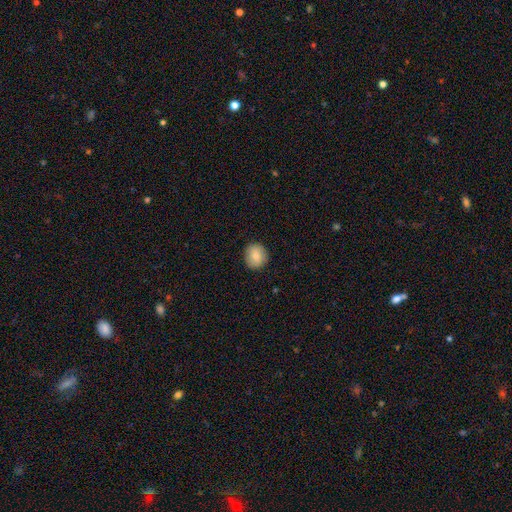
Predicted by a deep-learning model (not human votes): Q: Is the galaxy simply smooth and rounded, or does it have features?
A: smooth — 83%.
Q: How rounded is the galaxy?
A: round — 81%.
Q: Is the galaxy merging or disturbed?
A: none — 88%.